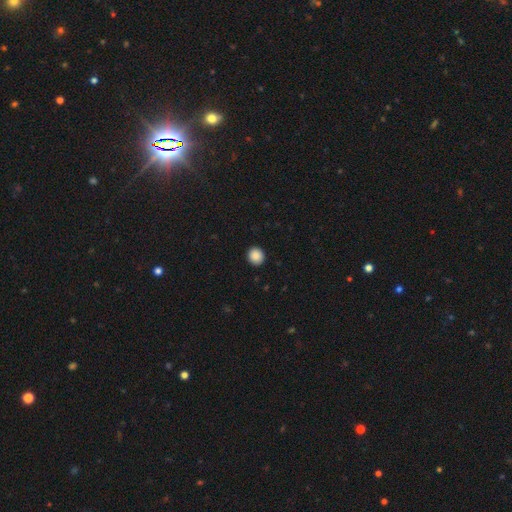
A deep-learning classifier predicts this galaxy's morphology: A smooth galaxy with no disk features (88%) that is round (88%). Merging: none (93%).